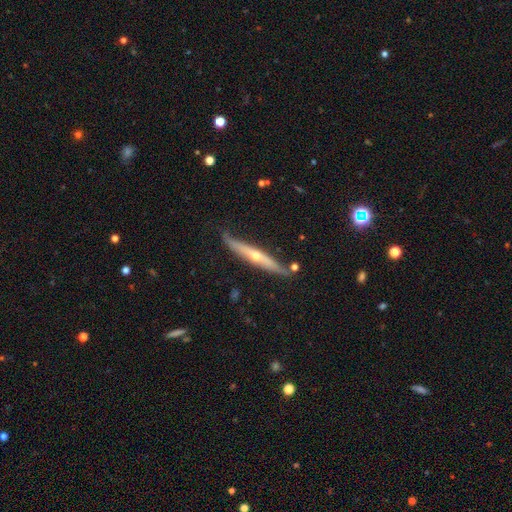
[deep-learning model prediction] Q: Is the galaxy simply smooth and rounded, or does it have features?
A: featured or disk — 71%.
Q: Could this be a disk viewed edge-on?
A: yes — 92%.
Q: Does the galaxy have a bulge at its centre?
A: rounded — 85%.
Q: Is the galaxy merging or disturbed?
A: none — 76%.